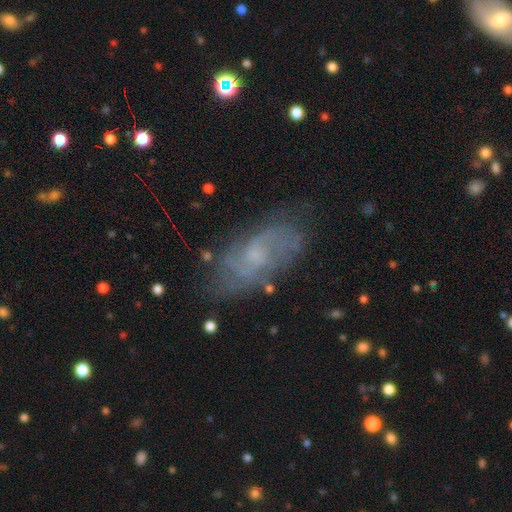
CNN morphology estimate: smooth_or_featured: featured or disk (p=0.64) [alt: smooth p=0.26]
disk_edge_on: no (p=0.92) [alt: yes p=0.08]
bar: no (p=0.60) [alt: weak p=0.36]
has_spiral_arms: yes (p=0.83) [alt: no p=0.17]
bulge_size: small (p=0.45) [alt: moderate p=0.28]
merging: none (p=0.73) [alt: minor disturbance p=0.18]